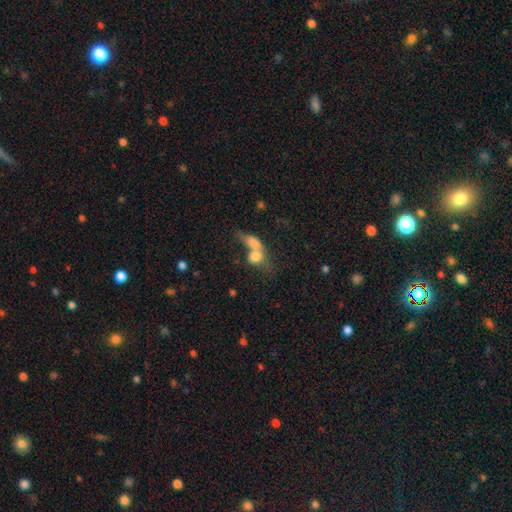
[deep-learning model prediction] Smooth or featured?
  - smooth: 73% *
  - featured or disk: 17%
  - star or artifact: 10%
How rounded?
  - in between: 54% *
  - round: 41%
  - cigar-shaped: 5%
Merging?
  - merger: 70% *
  - none: 15%
  - major disturbance: 8%
  - minor disturbance: 6%